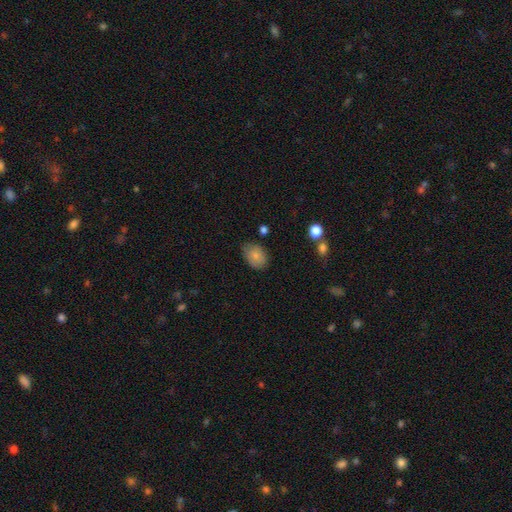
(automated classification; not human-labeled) Smooth or featured: smooth — 82% (featured or disk — 10%)
How rounded: in between — 76% (round — 23%)
Merging: none — 70% (minor disturbance — 24%)